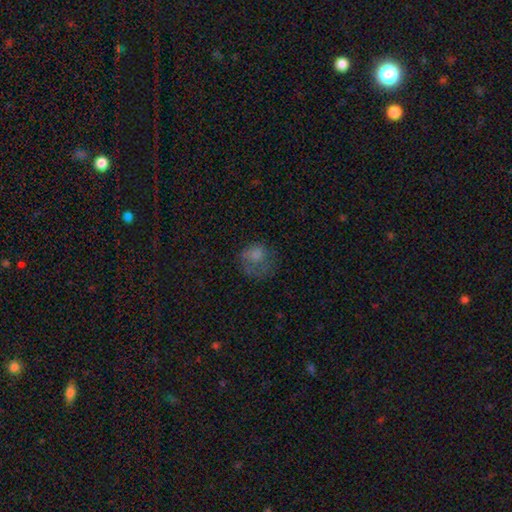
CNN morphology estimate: Smooth or featured: smooth — 68% (featured or disk — 18%)
How rounded: round — 74% (in between — 25%)
Merging: none — 40% (major disturbance — 34%)